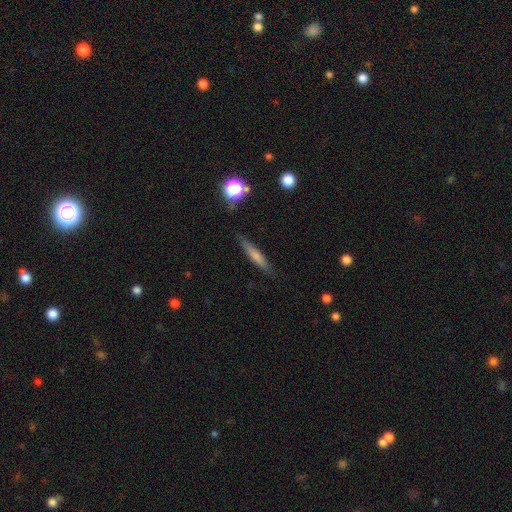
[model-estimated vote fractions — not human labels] Smooth or featured?
  - smooth: 63% *
  - featured or disk: 29%
  - star or artifact: 8%
How rounded?
  - cigar-shaped: 90% *
  - in between: 8%
  - round: 2%
Merging?
  - none: 83% *
  - minor disturbance: 12%
  - major disturbance: 3%
  - merger: 2%